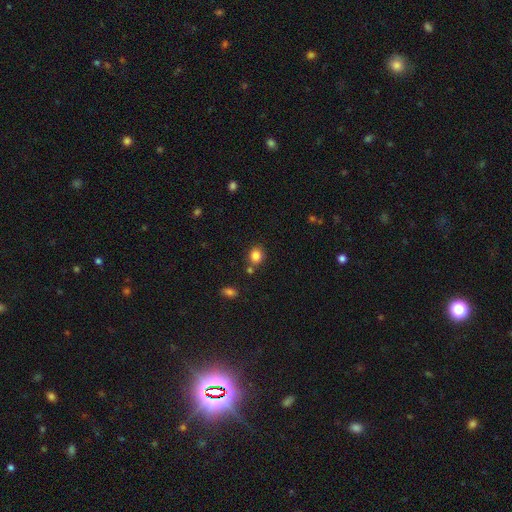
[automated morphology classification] Q: Smooth or featured?
A: smooth (83%); runner-up: star or artifact (11%)
Q: How rounded?
A: round (73%); runner-up: in between (26%)
Q: Merging?
A: none (76%); runner-up: minor disturbance (11%)